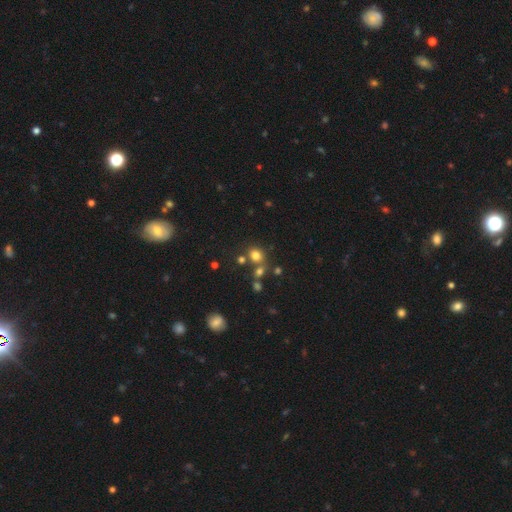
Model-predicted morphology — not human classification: smooth_or_featured: smooth (p=0.75) [alt: star or artifact p=0.18]
how_rounded: round (p=0.73) [alt: in between p=0.26]
merging: none (p=0.65) [alt: merger p=0.20]